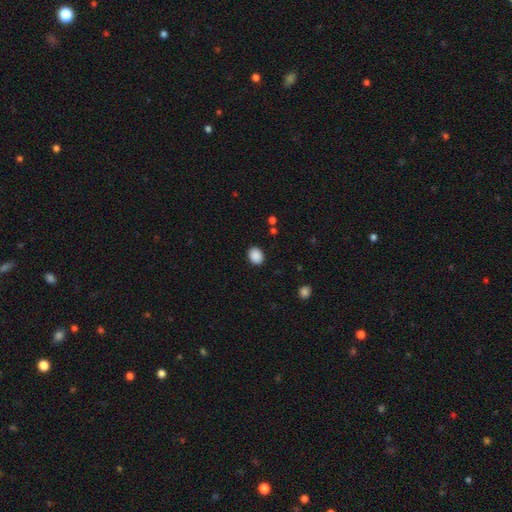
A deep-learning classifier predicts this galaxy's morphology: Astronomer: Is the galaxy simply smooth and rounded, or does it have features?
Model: smooth — 89%.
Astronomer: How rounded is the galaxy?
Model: in between — 55% (runner-up: round, 44%).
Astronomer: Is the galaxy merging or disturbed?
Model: none — 90%.